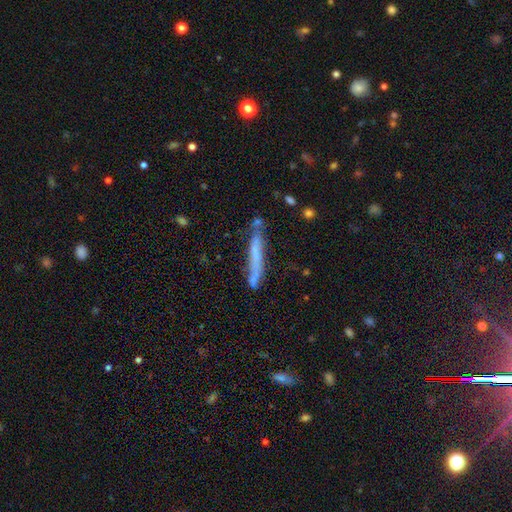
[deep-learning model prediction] Morphology: type=smooth (55%); roundness=cigar-shaped (95%); merging=none (67%).